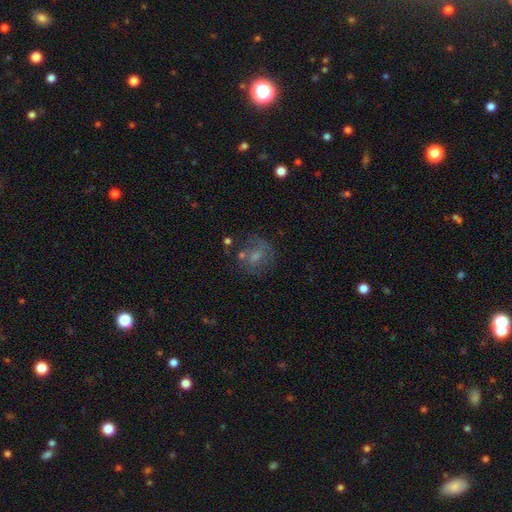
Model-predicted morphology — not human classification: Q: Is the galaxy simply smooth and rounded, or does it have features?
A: featured or disk — 44%.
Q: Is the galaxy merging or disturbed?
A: none — 56%.